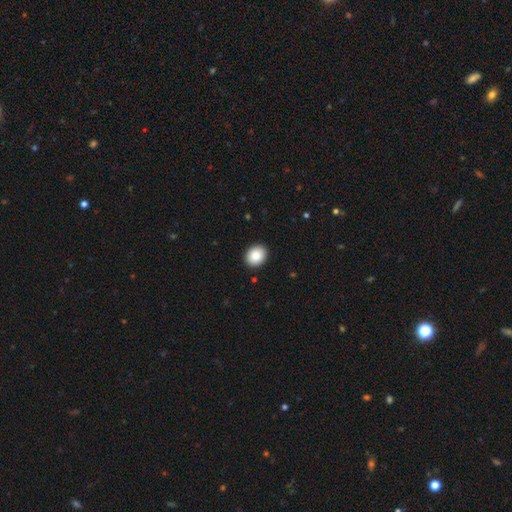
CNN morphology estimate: smooth_or_featured: smooth (p=0.88) [alt: star or artifact p=0.08]
how_rounded: round (p=0.56) [alt: in between p=0.43]
merging: none (p=0.91) [alt: minor disturbance p=0.06]